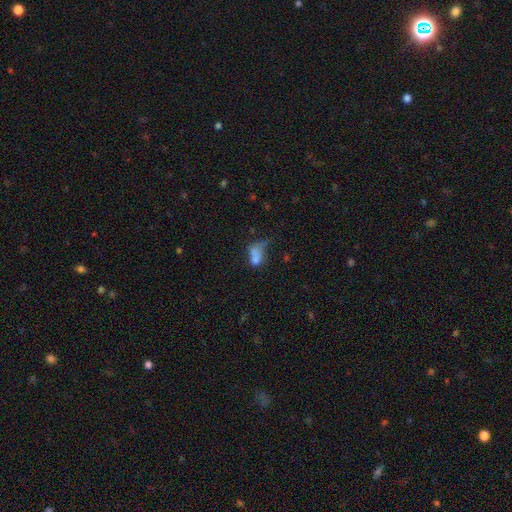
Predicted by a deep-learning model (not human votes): A smooth galaxy with no disk features (67%) that is in between round and cigar-shaped (82%). Merging: major disturbance (30%).